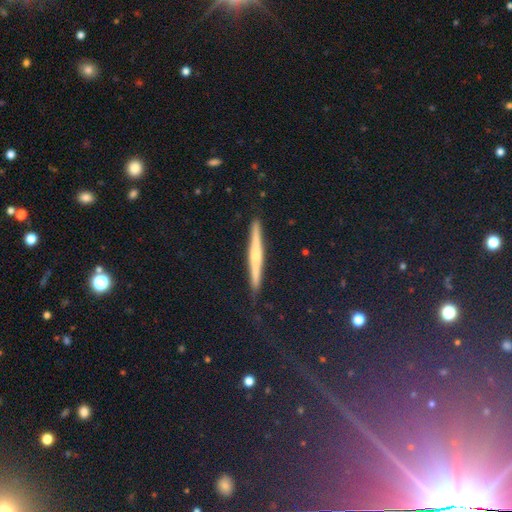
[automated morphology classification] smooth-or-featured: featured or disk: 64% | smooth: 26% | star or artifact: 10%
  disk-edge-on: yes: 97% | no: 3%
    edge-on-bulge: rounded: 66% | none: 23% | boxy: 10%
  merging: none: 91% | minor disturbance: 7% | major disturbance: 1% | merger: 1%